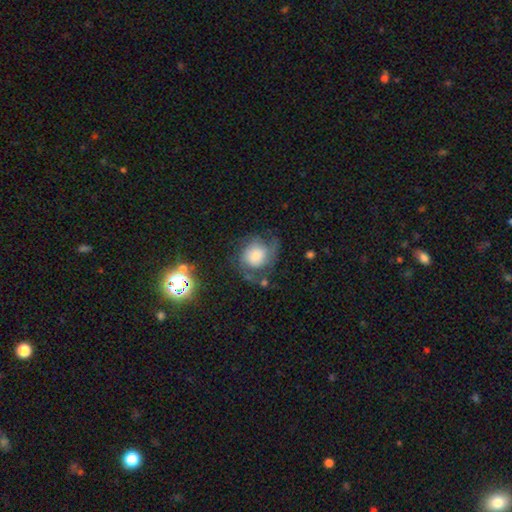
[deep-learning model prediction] Overall: featured or disk (49%; smooth 41%). Merging: none (52%; minor disturbance 24%).